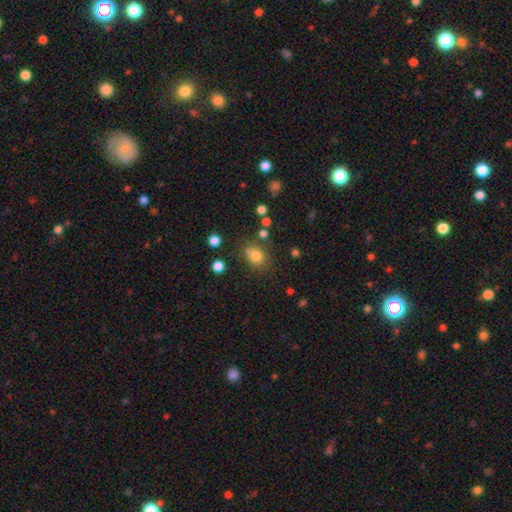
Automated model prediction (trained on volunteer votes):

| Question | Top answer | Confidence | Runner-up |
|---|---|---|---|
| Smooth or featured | smooth | 78% | star or artifact (14%) |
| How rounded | round | 56% | in between (43%) |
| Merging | none | 66% | minor disturbance (18%) |